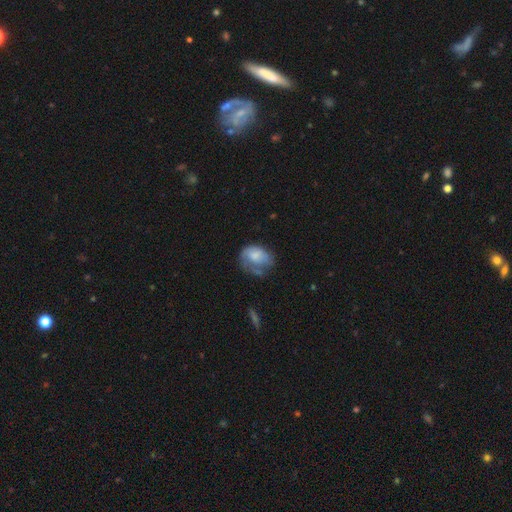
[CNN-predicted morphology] smooth-or-featured: smooth: 57% | featured or disk: 35% | star or artifact: 8%
  how-rounded: in between: 66% | round: 33% | cigar-shaped: 1%
  merging: none: 33% | minor disturbance: 31% | major disturbance: 31% | merger: 5%